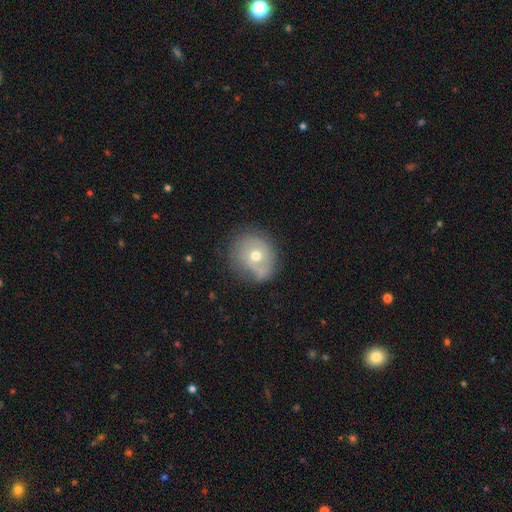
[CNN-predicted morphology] Overall: smooth (47%; featured or disk 43%). Merging: none (59%; minor disturbance 26%).